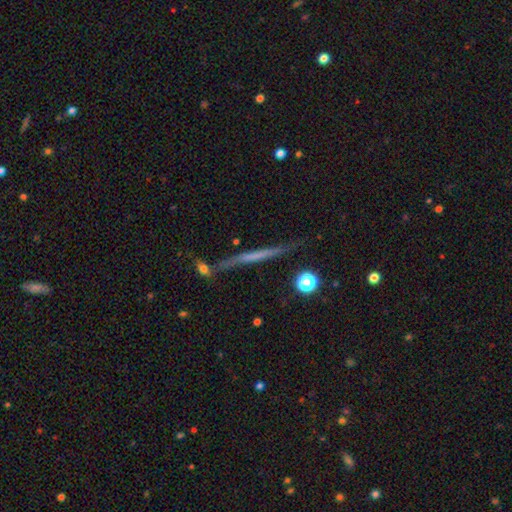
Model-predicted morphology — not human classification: type=featured or disk (52%); edge-on=yes (93%); merging=none (74%).